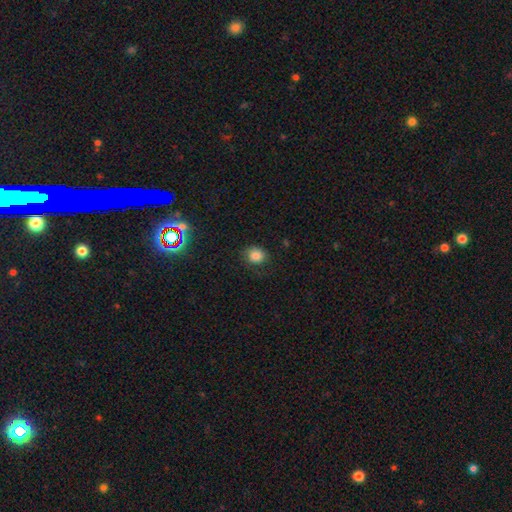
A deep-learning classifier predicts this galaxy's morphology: Smooth or featured: smooth — 83% (star or artifact — 12%)
How rounded: round — 78% (in between — 21%)
Merging: none — 80% (minor disturbance — 14%)